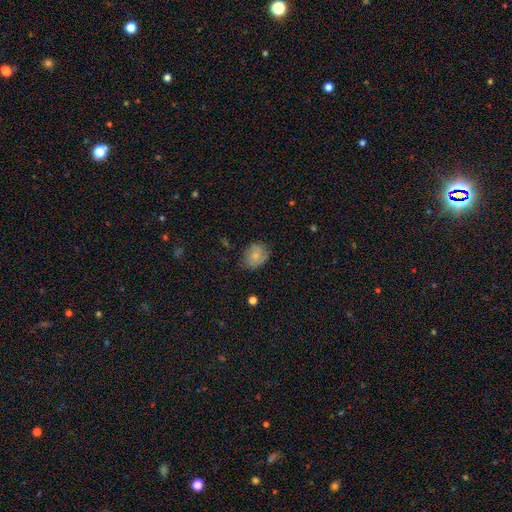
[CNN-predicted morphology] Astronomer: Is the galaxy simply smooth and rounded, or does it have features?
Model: smooth — 62%.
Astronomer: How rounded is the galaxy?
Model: in between — 63%.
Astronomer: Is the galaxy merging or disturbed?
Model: none — 67%.